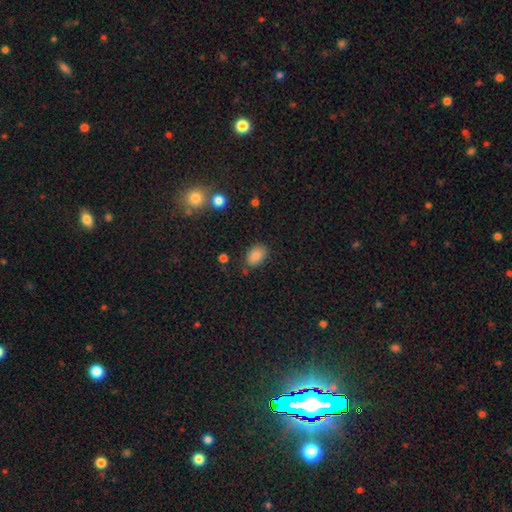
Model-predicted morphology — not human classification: smooth_or_featured: smooth (p=0.84) [alt: star or artifact p=0.09]
how_rounded: in between (p=0.83) [alt: round p=0.16]
merging: none (p=0.78) [alt: minor disturbance p=0.15]